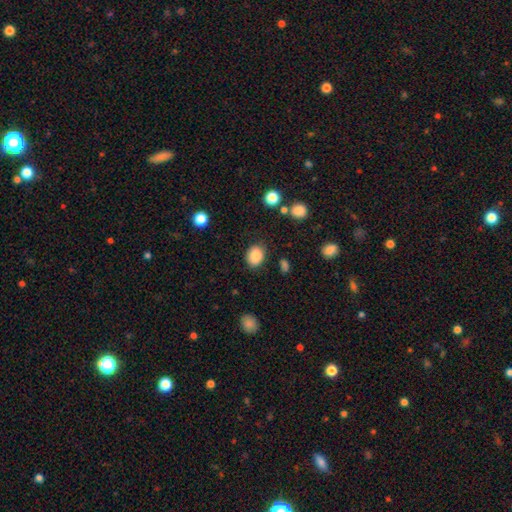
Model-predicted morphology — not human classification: The model was most divided on "how rounded": in between: 53%, round: 47%, cigar-shaped: 1%. More confident: smooth or featured — smooth (86%); merging — none (83%).